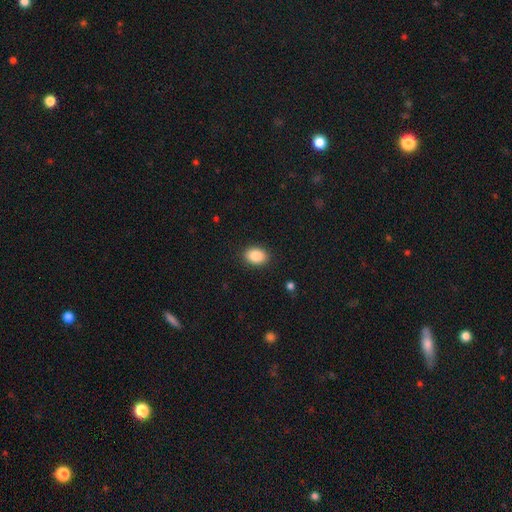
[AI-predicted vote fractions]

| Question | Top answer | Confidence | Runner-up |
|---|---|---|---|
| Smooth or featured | smooth | 88% | star or artifact (8%) |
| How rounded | in between | 72% | round (27%) |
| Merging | none | 89% | minor disturbance (8%) |